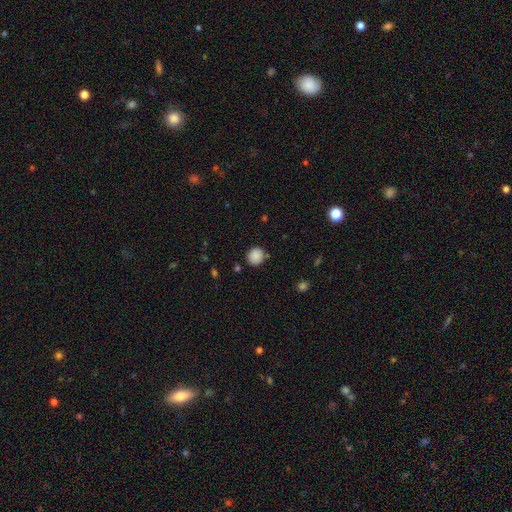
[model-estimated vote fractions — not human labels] The model was most divided on "merging": none: 84%, minor disturbance: 10%, merger: 3%, major disturbance: 3%. More confident: how rounded — round (88%); smooth or featured — smooth (87%).